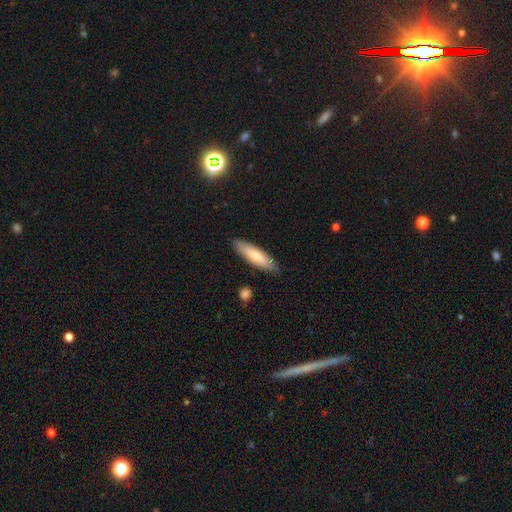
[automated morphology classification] type=smooth (73%); roundness=cigar-shaped (66%); merging=none (86%).